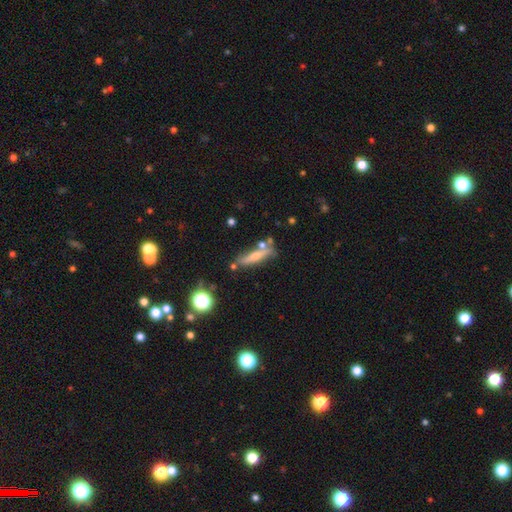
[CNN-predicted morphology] The model was most divided on "smooth or featured": smooth: 55%, featured or disk: 36%, star or artifact: 9%. More confident: how rounded — cigar-shaped (79%); merging — none (65%).